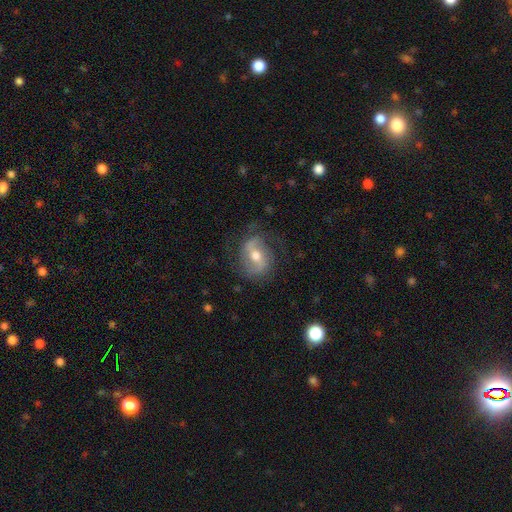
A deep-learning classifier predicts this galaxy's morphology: This appears to be a featured or disk galaxy (74%) with a weak bar (42%), 2 (85%) medium (42%) spiral arms (87%) and a moderate central bulge (72%). Merging: none (73%).